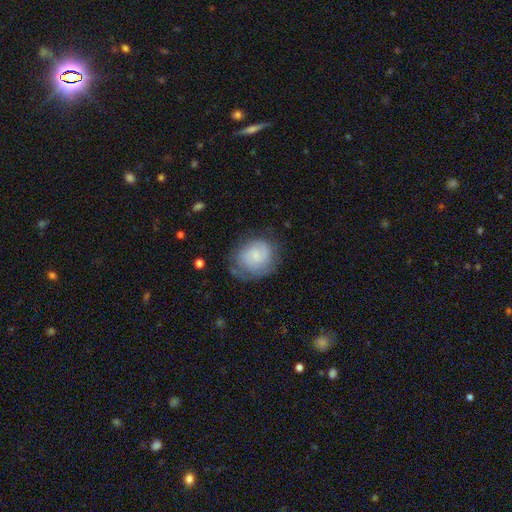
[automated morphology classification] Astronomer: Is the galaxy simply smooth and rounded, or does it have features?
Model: smooth — 48% (runner-up: featured or disk, 45%).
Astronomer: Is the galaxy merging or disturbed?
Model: none — 62%.